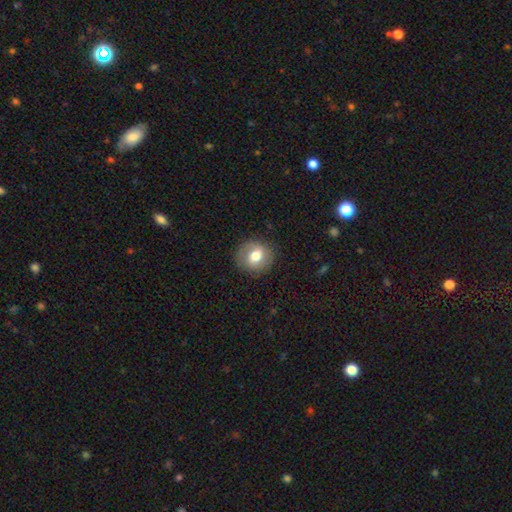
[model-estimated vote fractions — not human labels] This appears to be a smooth galaxy with no disk features (67%) that is round (83%). Merging: none (85%).